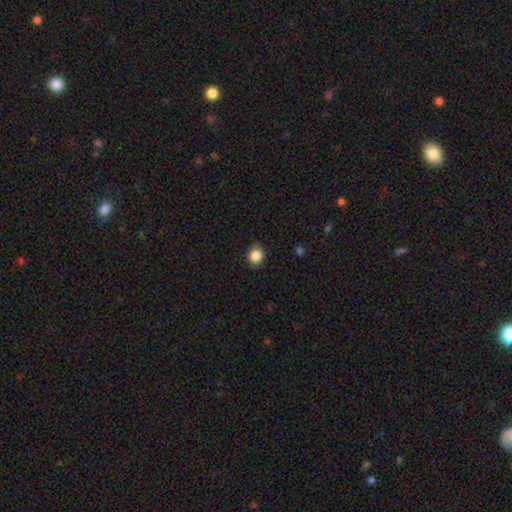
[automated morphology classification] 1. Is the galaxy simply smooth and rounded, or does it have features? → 86% smooth, 10% star or artifact, 4% featured or disk.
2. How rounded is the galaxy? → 78% round, 21% in between, 1% cigar-shaped.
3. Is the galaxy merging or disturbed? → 84% none, 12% minor disturbance, 2% major disturbance, 1% merger.